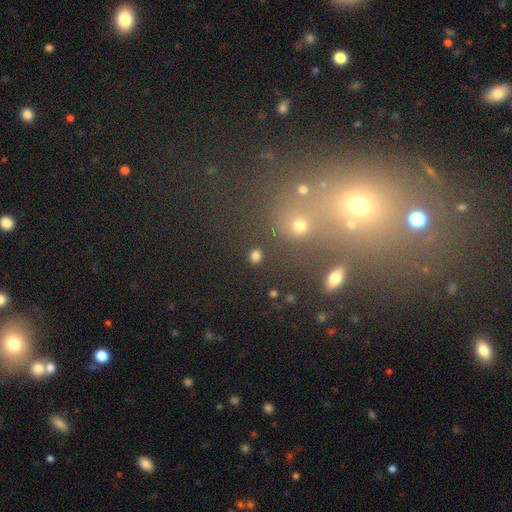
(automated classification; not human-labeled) Smooth or featured?
  - smooth: 79% *
  - star or artifact: 16%
  - featured or disk: 5%
How rounded?
  - round: 70% *
  - in between: 29%
  - cigar-shaped: 1%
Merging?
  - none: 87% *
  - minor disturbance: 7%
  - merger: 3%
  - major disturbance: 3%